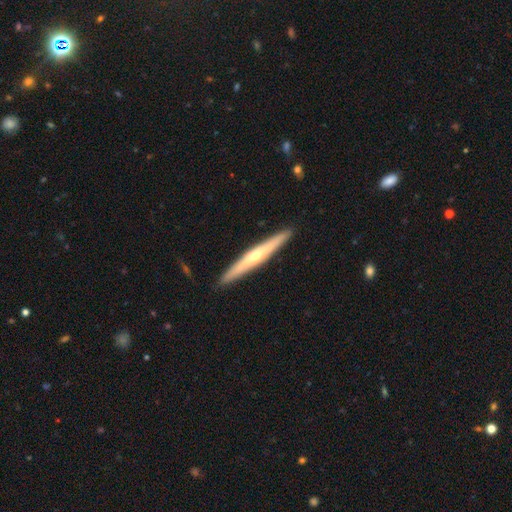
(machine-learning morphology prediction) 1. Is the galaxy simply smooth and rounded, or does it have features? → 64% featured or disk, 31% smooth, 5% star or artifact.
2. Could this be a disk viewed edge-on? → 96% yes, 4% no.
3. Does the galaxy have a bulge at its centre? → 82% rounded, 15% none, 3% boxy.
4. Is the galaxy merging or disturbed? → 92% none, 6% minor disturbance, 1% major disturbance, 1% merger.